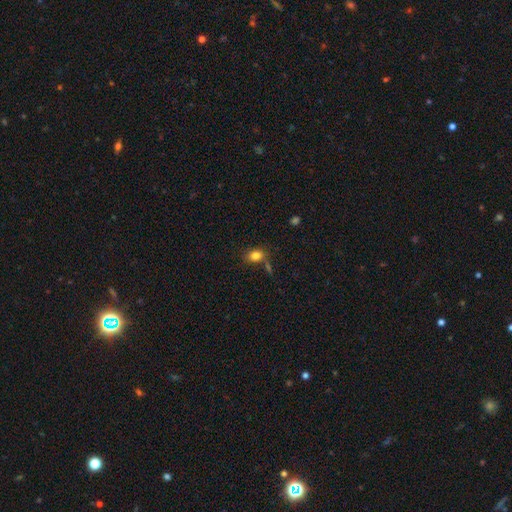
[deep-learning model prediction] smooth_or_featured: smooth (p=0.82) [alt: star or artifact p=0.11]
how_rounded: in between (p=0.72) [alt: round p=0.26]
merging: none (p=0.67) [alt: minor disturbance p=0.16]